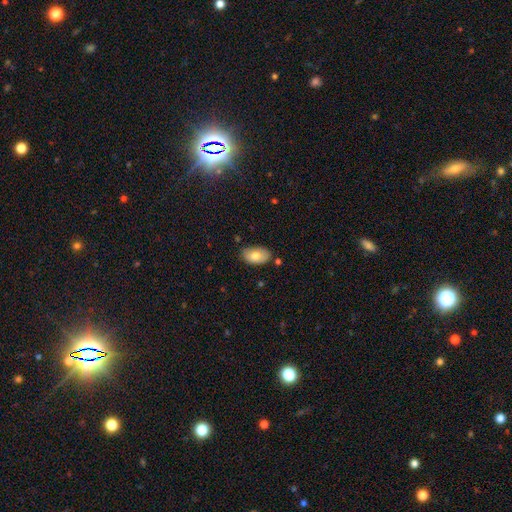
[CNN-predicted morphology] type=smooth (75%); roundness=in between (93%); merging=none (78%).